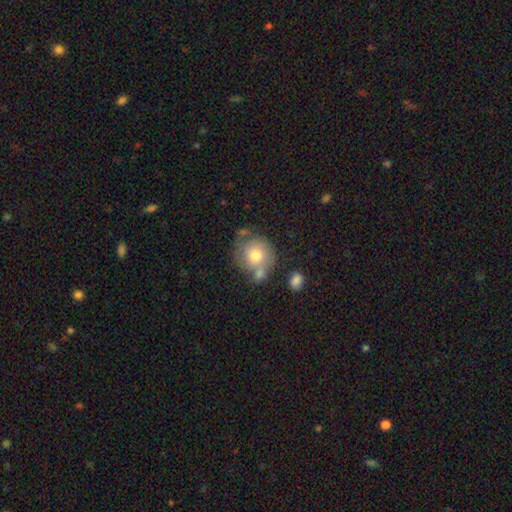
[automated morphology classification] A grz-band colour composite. It shows a smooth galaxy with no disk features (63%) that is round (86%). Merging: none (49%).